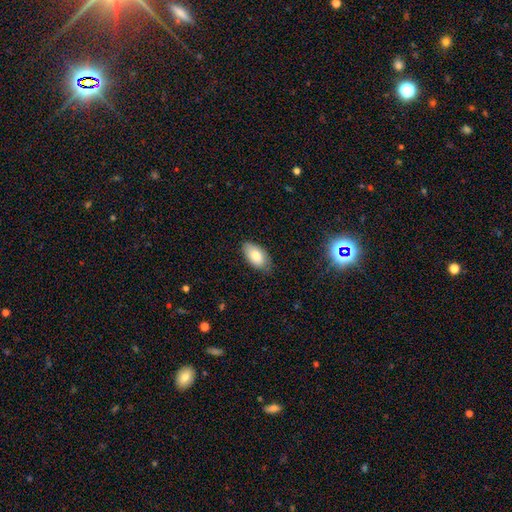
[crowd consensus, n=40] Smooth or featured: smooth — 80% (featured or disk — 10%)
How rounded: in between — 100%
Merging: none — 86% (minor disturbance — 14%)